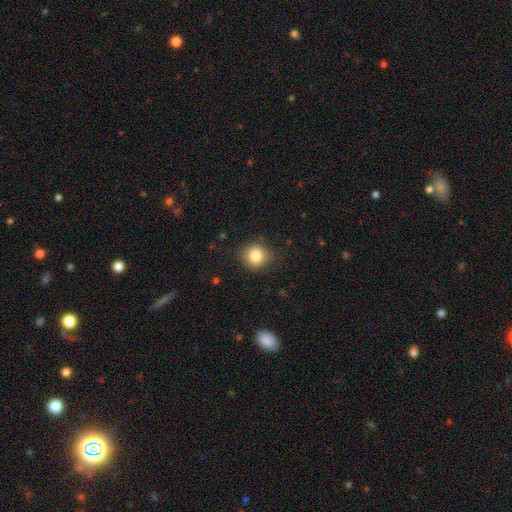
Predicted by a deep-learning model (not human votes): smooth_or_featured: smooth (p=0.84) [alt: star or artifact p=0.10]
how_rounded: round (p=0.88) [alt: in between p=0.11]
merging: none (p=0.85) [alt: minor disturbance p=0.11]